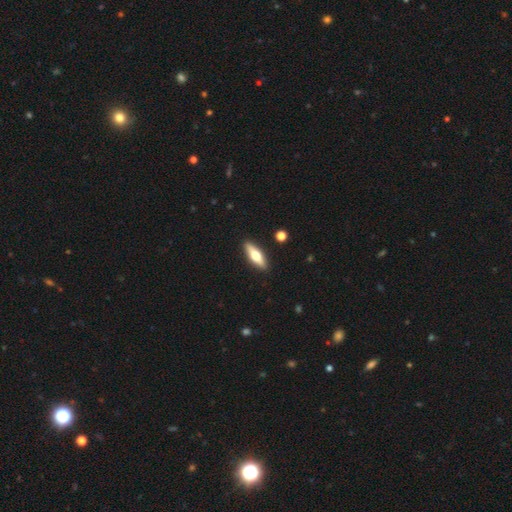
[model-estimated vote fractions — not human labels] This is possibly a smooth galaxy (54%). How rounded: possibly cigar-shaped (51%). Merging: clearly none (90%).